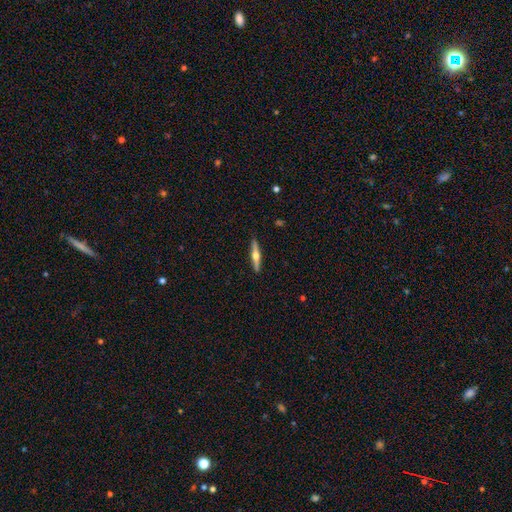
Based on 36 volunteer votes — Volunteers were most divided on "smooth or featured": featured or disk: 58%, smooth: 39%, star or artifact: 3%. More confident: edge-on disk — yes (100%); edge-on bulge — rounded (95%); merging — none (89%).